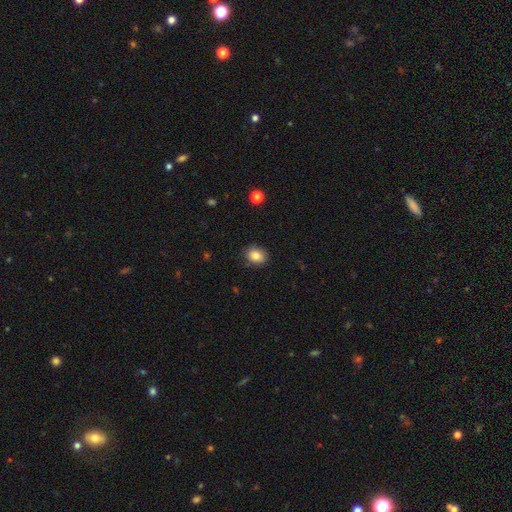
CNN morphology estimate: smooth 83%, star or artifact 9%, featured or disk 8%. Down the decision tree: how rounded — round (50%); merging — none (85%).